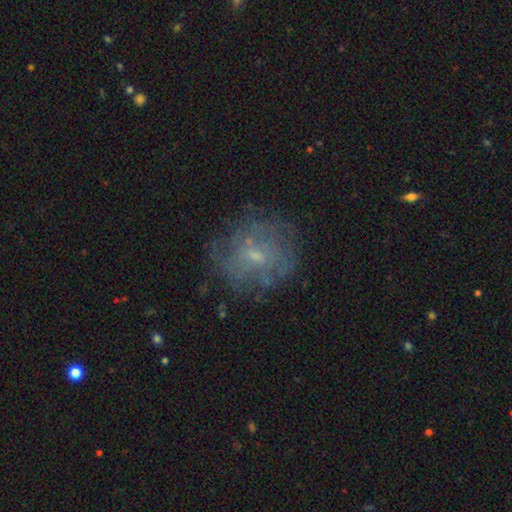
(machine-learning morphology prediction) Smooth or featured? featured or disk (50%)
Edge-on disk? no (97%)
Merging? none (71%)